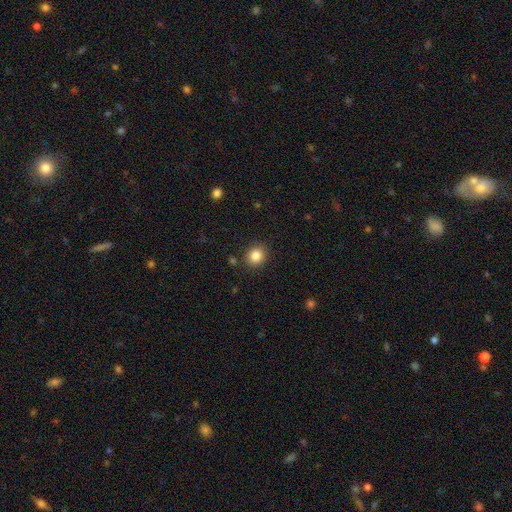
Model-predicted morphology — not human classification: type=smooth (84%); roundness=round (84%); merging=none (89%).